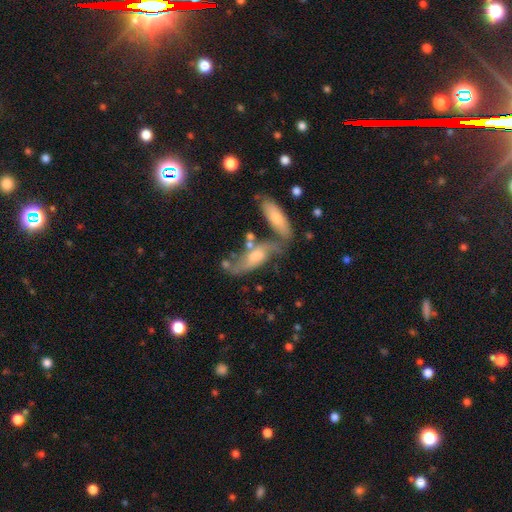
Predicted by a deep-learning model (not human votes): featured or disk 63%, smooth 28%, star or artifact 9%. Down the decision tree: edge-on disk — no (71%); merging — none (42%).